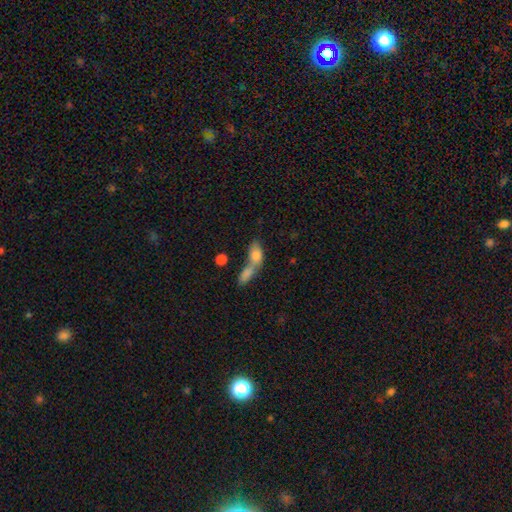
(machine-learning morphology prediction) Overall: smooth (78%). How rounded: in between (78%). Merging: merger (67%).